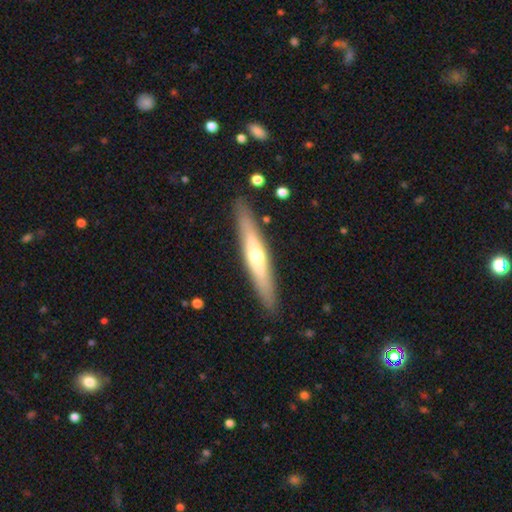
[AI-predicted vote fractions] Smooth or featured? Predicted: featured or disk (p=0.55). Edge-on disk? Predicted: yes (p=0.89). Merging? Predicted: none (p=0.89).